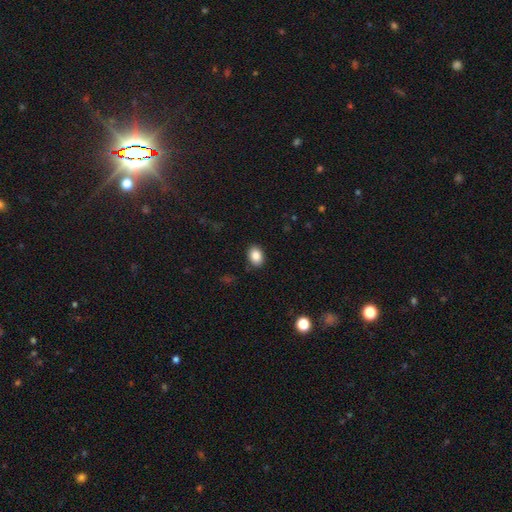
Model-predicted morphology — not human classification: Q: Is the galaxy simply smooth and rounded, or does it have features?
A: smooth — 86%.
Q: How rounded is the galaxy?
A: in between — 73%.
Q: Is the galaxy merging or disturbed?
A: none — 88%.